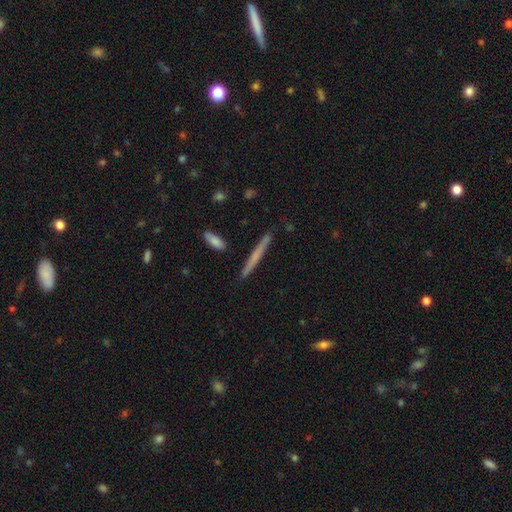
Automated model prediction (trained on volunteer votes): Smooth or featured: smooth — 50% (featured or disk — 44%)
Merging: none — 89% (minor disturbance — 8%)